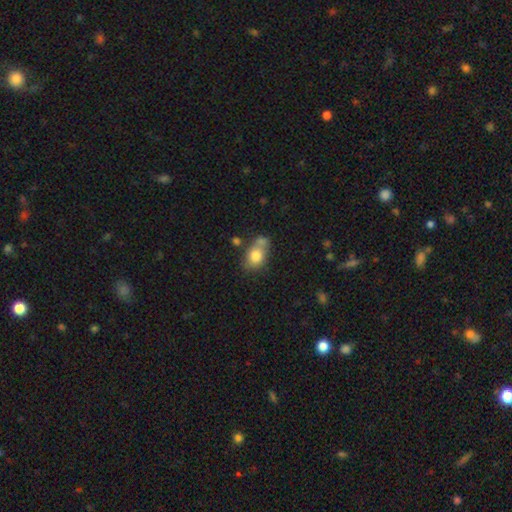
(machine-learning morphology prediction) Smooth or featured? smooth (77%)
How rounded? in between (69%)
Merging? none (44%)